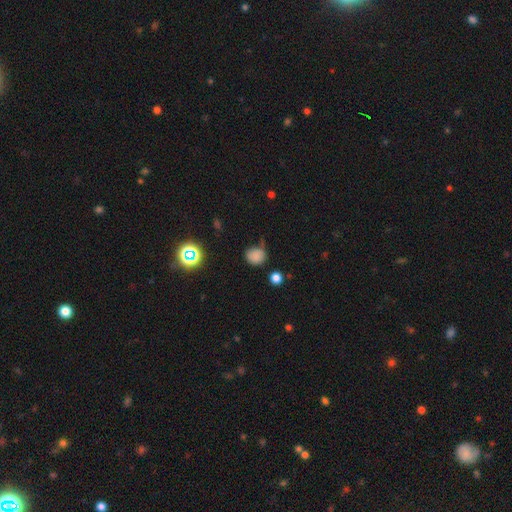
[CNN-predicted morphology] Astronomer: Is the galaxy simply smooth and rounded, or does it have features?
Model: smooth — 77%.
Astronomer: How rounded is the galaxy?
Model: round — 74%.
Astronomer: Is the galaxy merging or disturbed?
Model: none — 62%.